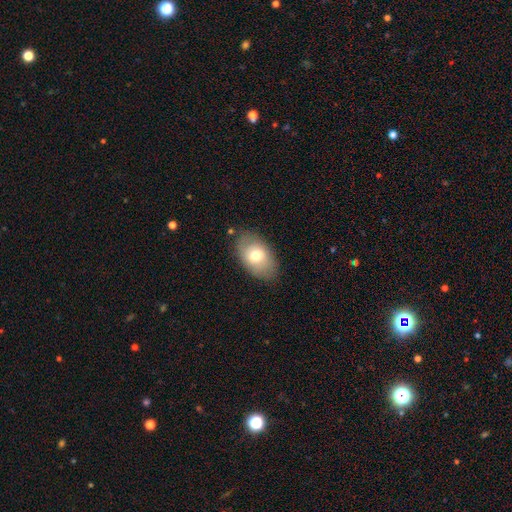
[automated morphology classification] A smooth galaxy with no disk features (70%) that is in between round and cigar-shaped (89%). Merging: none (81%).